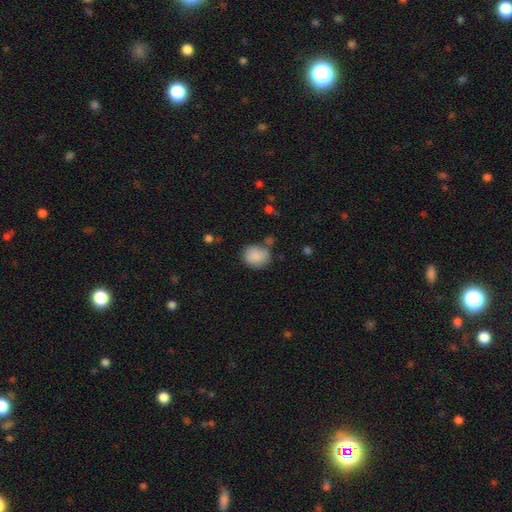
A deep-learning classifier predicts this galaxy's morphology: Smooth or featured? smooth (86%)
How rounded? round (63%)
Merging? none (65%)